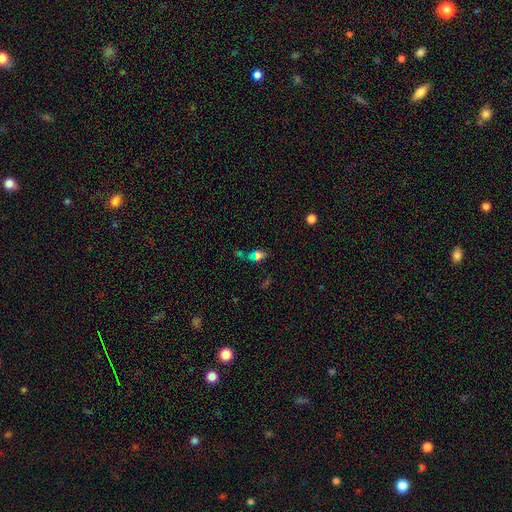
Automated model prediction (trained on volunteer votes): A smooth galaxy with no disk features (64%) that is in between round and cigar-shaped (70%).

Vote fractions:
- Smooth or featured? smooth: 64% / star or artifact: 20% / featured or disk: 16%
- How rounded? in between: 70% / round: 24% / cigar-shaped: 6%
- Merging? none: 37% / merger: 35% / minor disturbance: 16% / major disturbance: 12%